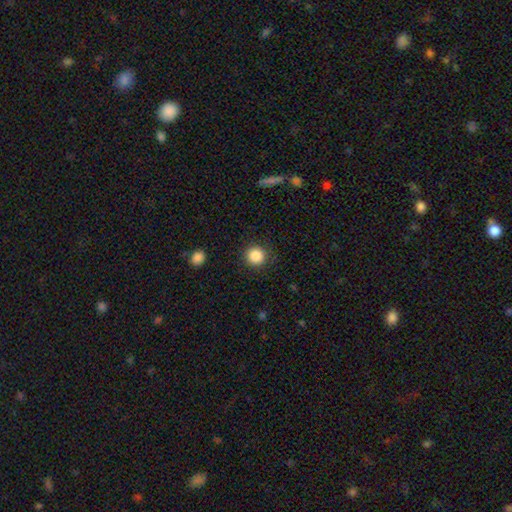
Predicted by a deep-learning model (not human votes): Smooth or featured? Predicted: smooth (p=0.87). How rounded? Predicted: round (p=0.94). Merging? Predicted: none (p=0.89).